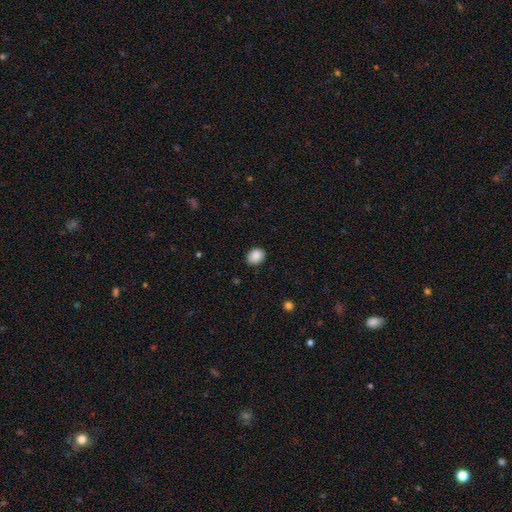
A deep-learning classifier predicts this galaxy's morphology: The model was most divided on "how rounded": in between: 51%, round: 49%, cigar-shaped: 1%. More confident: smooth or featured — smooth (89%); merging — none (87%).